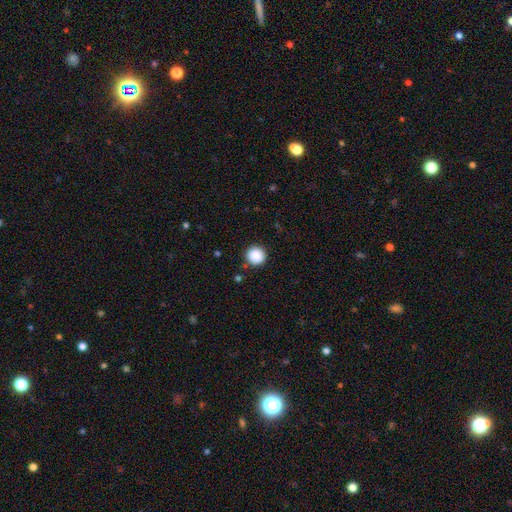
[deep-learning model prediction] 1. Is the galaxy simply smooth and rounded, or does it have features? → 88% smooth, 9% star or artifact, 3% featured or disk.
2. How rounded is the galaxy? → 95% round, 4% in between, 1% cigar-shaped.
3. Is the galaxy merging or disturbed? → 91% none, 6% minor disturbance, 2% major disturbance, 2% merger.